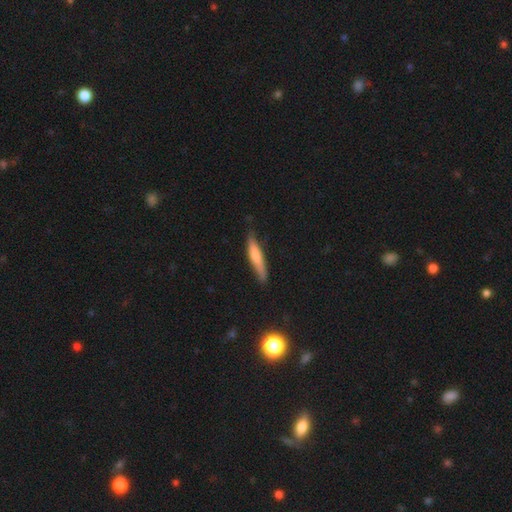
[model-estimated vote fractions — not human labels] Smooth or featured? Predicted: smooth (p=0.66). How rounded? Predicted: cigar-shaped (p=0.88). Merging? Predicted: none (p=0.75).